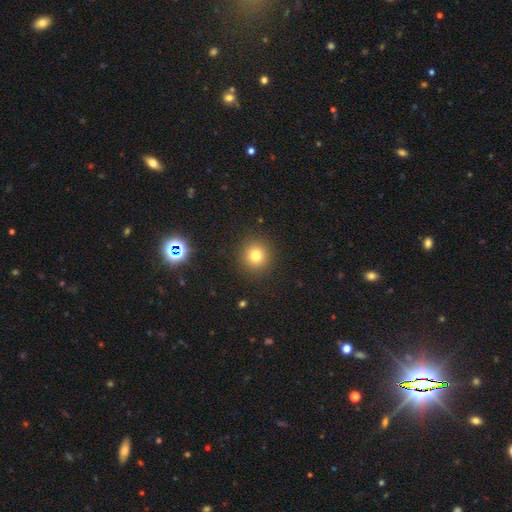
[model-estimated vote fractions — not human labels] Smooth or featured? Predicted: smooth (p=0.77). How rounded? Predicted: round (p=0.93). Merging? Predicted: none (p=0.90).